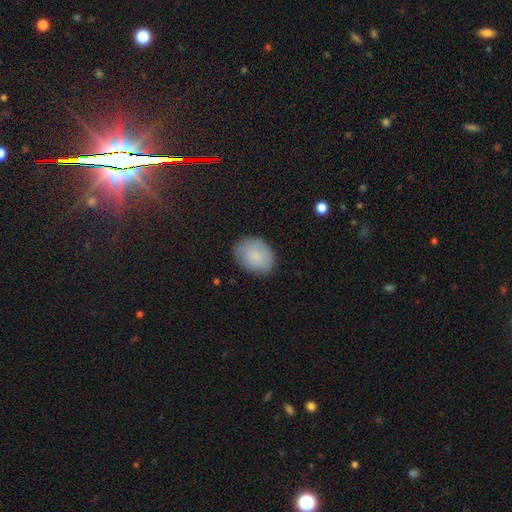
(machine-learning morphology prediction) Q: Smooth or featured?
A: smooth (84%); runner-up: featured or disk (9%)
Q: How rounded?
A: in between (61%); runner-up: round (38%)
Q: Merging?
A: none (82%); runner-up: minor disturbance (13%)